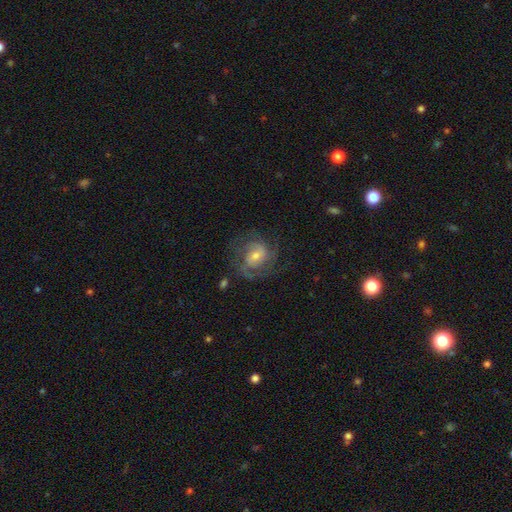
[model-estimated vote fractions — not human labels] Smooth or featured? featured or disk (82%)
Edge-on disk? no (98%)
Bar? weak (47%)
Spiral arms? yes (95%)
Spiral winding? medium (46%)
Spiral arm count? 2 (45%)
Bulge size? small (46%, tied with moderate)
Merging? none (70%)